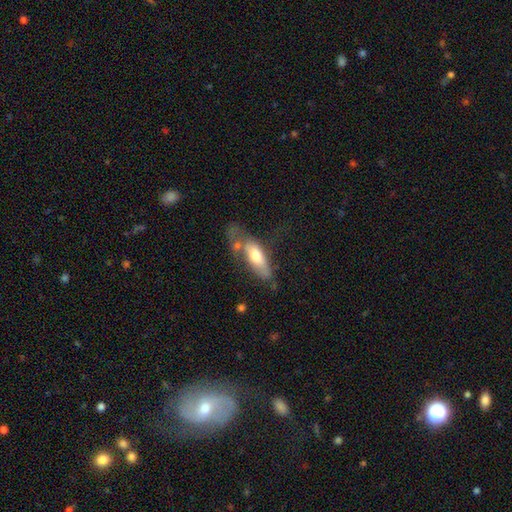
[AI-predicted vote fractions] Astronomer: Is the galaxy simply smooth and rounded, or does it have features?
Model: smooth — 60%.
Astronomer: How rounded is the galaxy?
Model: in between — 68%.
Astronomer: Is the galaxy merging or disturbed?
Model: none — 32% (runner-up: minor disturbance, 25%).